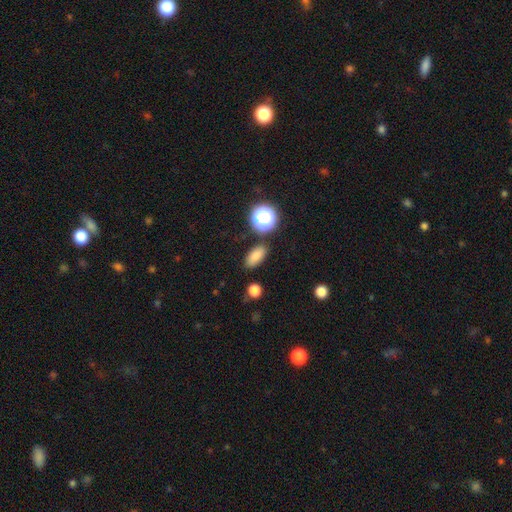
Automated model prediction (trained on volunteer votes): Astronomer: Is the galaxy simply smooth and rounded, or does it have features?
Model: smooth — 81%.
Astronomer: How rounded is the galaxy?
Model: in between — 83%.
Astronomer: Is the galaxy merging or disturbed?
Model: none — 85%.